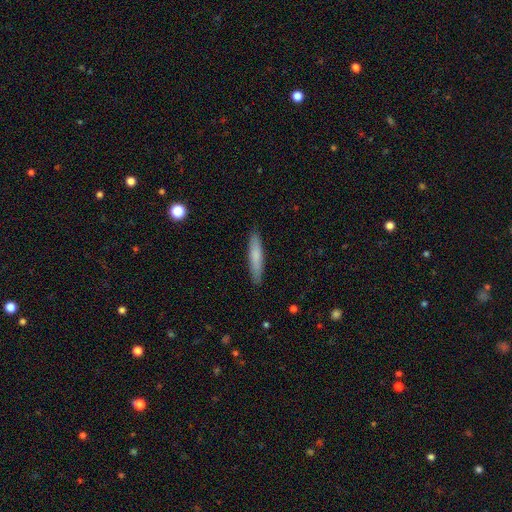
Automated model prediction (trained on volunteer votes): Overall: smooth (76%). How rounded: cigar-shaped (90%). Merging: none (89%).